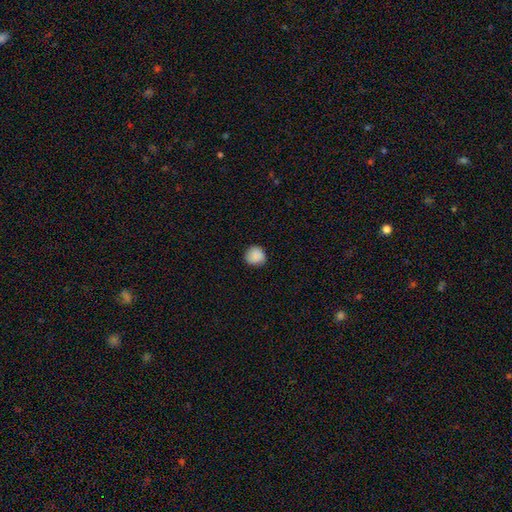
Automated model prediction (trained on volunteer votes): Smooth or featured? smooth (88%)
How rounded? round (90%)
Merging? none (85%)